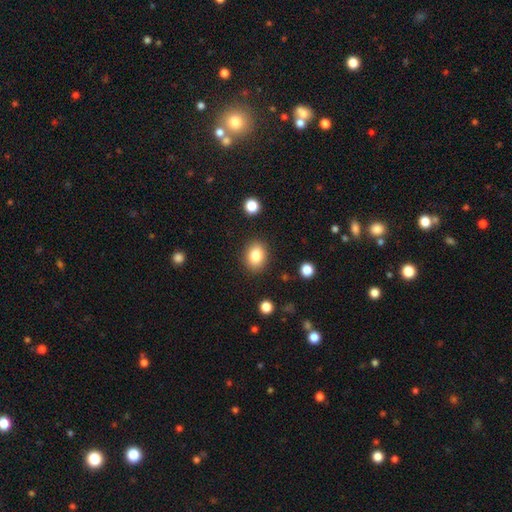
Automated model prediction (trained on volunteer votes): smooth_or_featured: smooth (p=0.83) [alt: star or artifact p=0.10]
how_rounded: in between (p=0.55) [alt: round p=0.44]
merging: none (p=0.87) [alt: minor disturbance p=0.09]